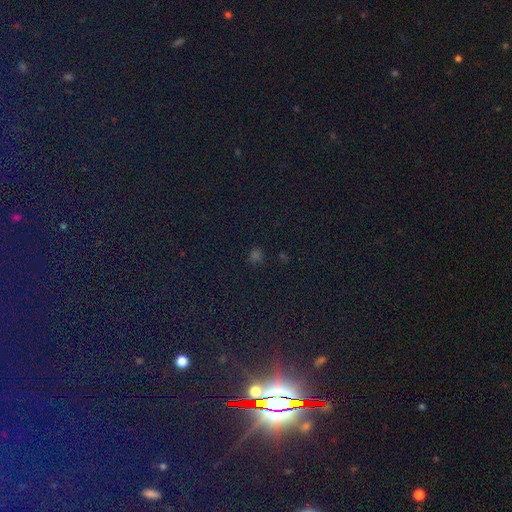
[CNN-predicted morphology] type=star or artifact (56%).